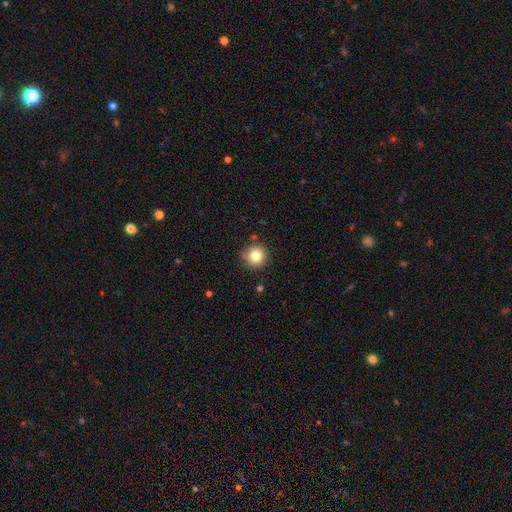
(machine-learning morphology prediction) Smooth or featured? smooth (81%)
How rounded? round (94%)
Merging? none (85%)